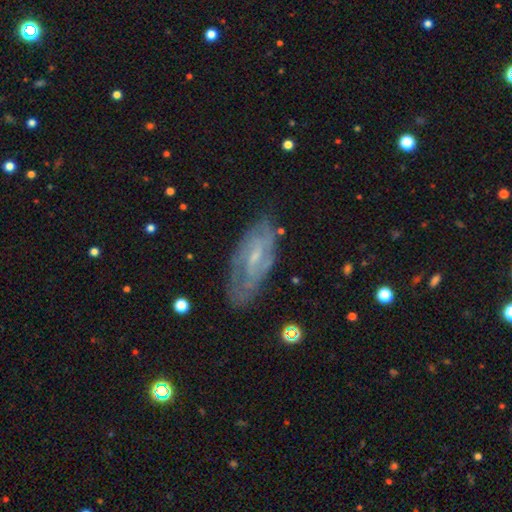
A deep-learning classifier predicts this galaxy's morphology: A featured or disk galaxy (72%) with a weak bar (51%), tight (48%) spiral arms (83%) and a small central bulge (60%).

Vote fractions:
- Smooth or featured? featured or disk: 72% / smooth: 20% / star or artifact: 7%
- Edge-on disk? no: 89% / yes: 11%
- Bar? weak: 51% / no: 35% / strong: 13%
- Spiral arms? yes: 83% / no: 17%
- Spiral winding? tight: 48% / medium: 38% / loose: 14%
- Spiral arm count? can't tell: 42% / 2: 39% / 3: 8% / 1: 5% / 4: 3% / more than 4: 2%
- Bulge size? small: 60% / moderate: 26% / none: 12% / large: 1% / dominant: 1%
- Merging? none: 67% / minor disturbance: 22% / major disturbance: 9% / merger: 2%